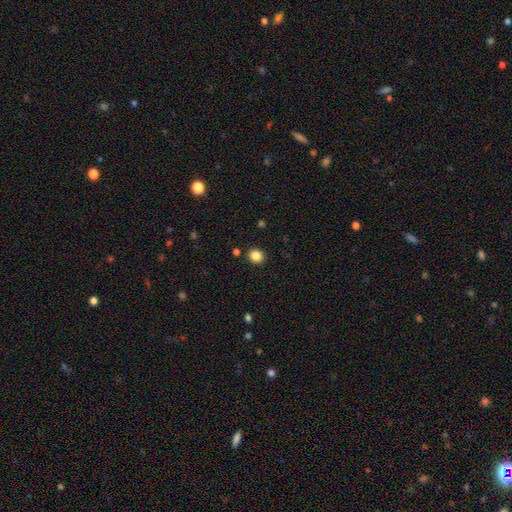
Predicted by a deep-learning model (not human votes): Smooth or featured? smooth (85%)
How rounded? round (79%)
Merging? none (90%)